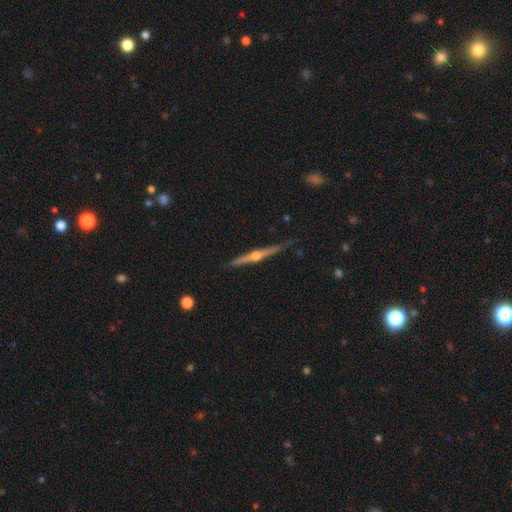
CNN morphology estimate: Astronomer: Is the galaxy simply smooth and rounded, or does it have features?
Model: featured or disk — 82%.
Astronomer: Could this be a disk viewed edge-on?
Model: yes — 98%.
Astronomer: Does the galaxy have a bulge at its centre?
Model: rounded — 95%.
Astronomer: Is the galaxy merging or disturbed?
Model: none — 86%.